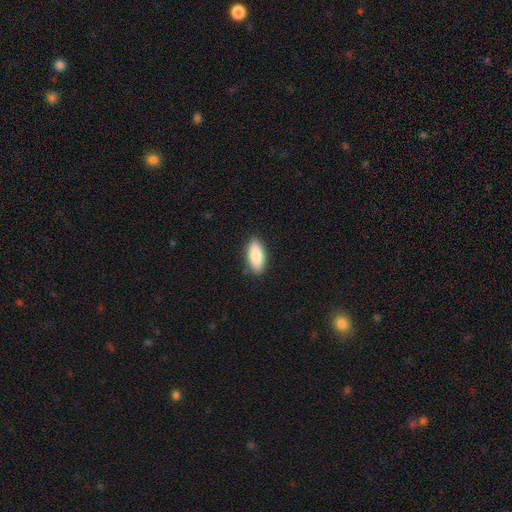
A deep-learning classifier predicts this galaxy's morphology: Smooth or featured: smooth — 85% (featured or disk — 9%)
How rounded: in between — 85% (cigar-shaped — 13%)
Merging: none — 88% (minor disturbance — 9%)